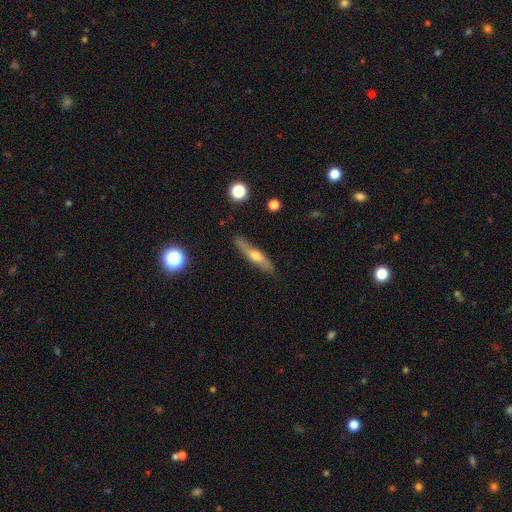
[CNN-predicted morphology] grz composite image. It shows a smooth galaxy with no disk features (48%). Merging: none (82%).